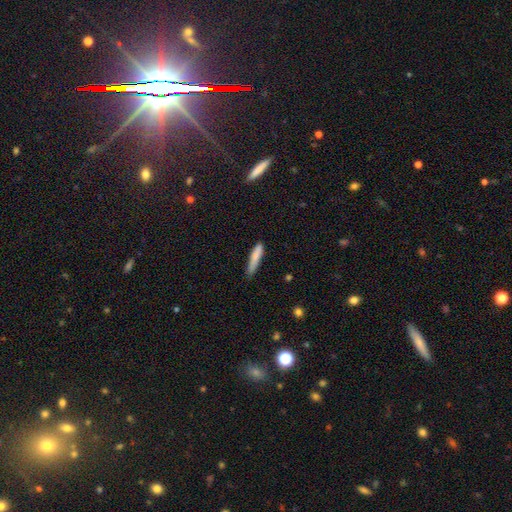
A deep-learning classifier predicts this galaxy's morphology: Q: Smooth or featured?
A: smooth (81%); runner-up: featured or disk (12%)
Q: How rounded?
A: cigar-shaped (87%); runner-up: in between (12%)
Q: Merging?
A: none (65%); runner-up: minor disturbance (28%)